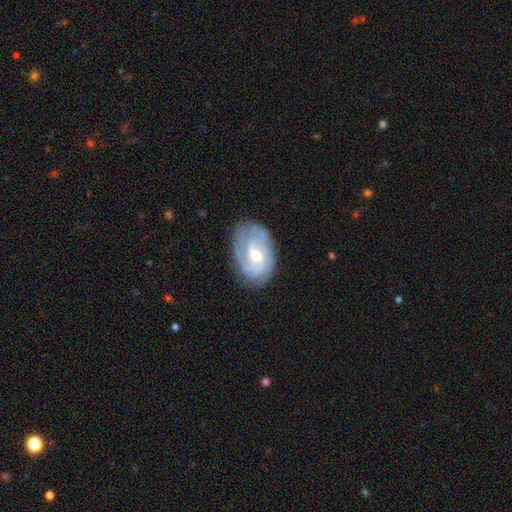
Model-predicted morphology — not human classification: Q: Smooth or featured?
A: featured or disk (78%); runner-up: smooth (16%)
Q: Edge-on disk?
A: no (96%); runner-up: yes (4%)
Q: Bar?
A: weak (45%); tied with: no (45%)
Q: Spiral arms?
A: yes (91%); runner-up: no (9%)
Q: Spiral winding?
A: tight (55%); runner-up: medium (33%)
Q: Spiral arm count?
A: can't tell (38%); runner-up: 2 (24%)
Q: Bulge size?
A: moderate (61%); runner-up: small (33%)
Q: Merging?
A: none (73%); runner-up: minor disturbance (19%)